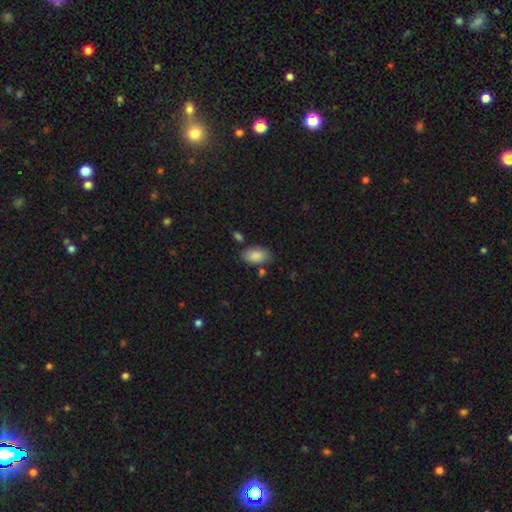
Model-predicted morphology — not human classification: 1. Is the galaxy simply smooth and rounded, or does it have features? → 87% smooth, 7% star or artifact, 6% featured or disk.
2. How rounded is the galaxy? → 93% in between, 6% round, 1% cigar-shaped.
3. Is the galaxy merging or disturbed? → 73% none, 16% minor disturbance, 7% merger, 4% major disturbance.